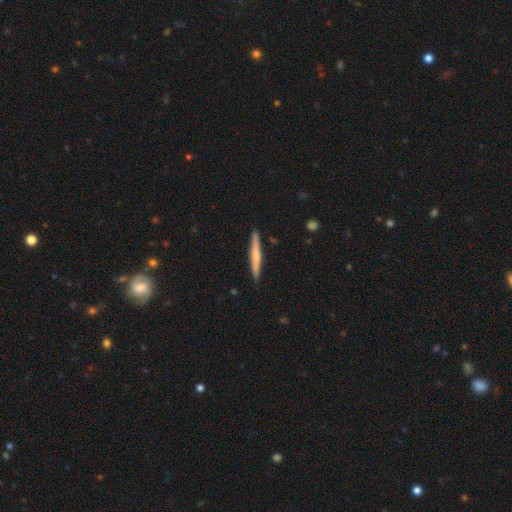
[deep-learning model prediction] Smooth or featured? smooth (50%)
How rounded? cigar-shaped (96%)
Merging? none (90%)